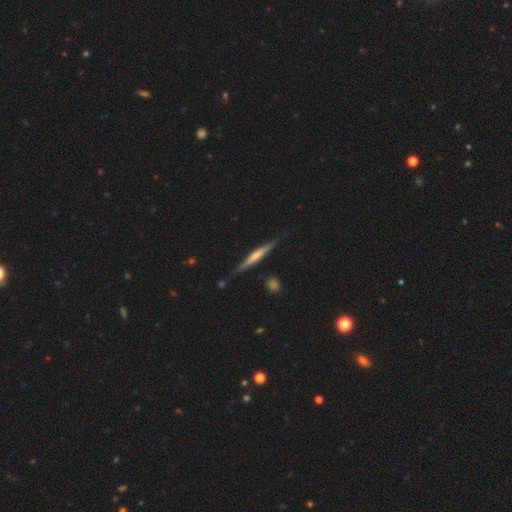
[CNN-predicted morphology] Smooth or featured? featured or disk (55%)
Edge-on disk? yes (96%)
Edge-on bulge? none (42%)
Merging? none (84%)